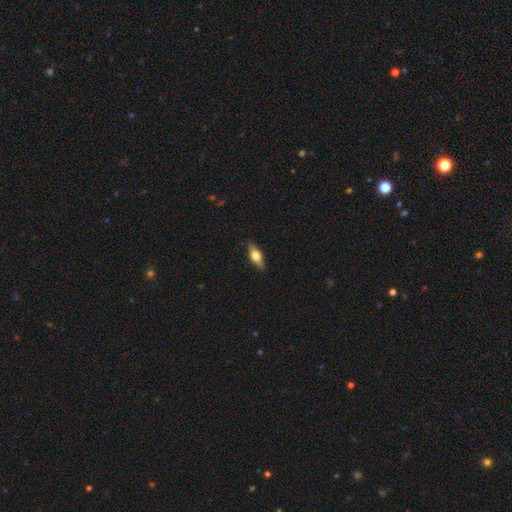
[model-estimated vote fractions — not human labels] A smooth galaxy with no disk features (56%) that is in between round and cigar-shaped (67%). Merging: none (85%).